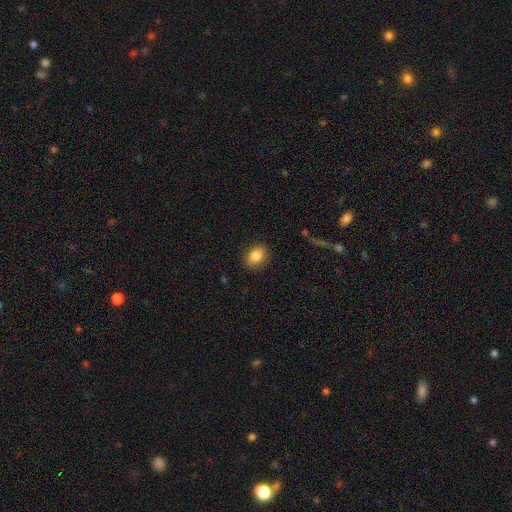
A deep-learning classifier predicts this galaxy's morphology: Smooth or featured? Predicted: smooth (p=0.85). How rounded? Predicted: in between (p=0.65). Merging? Predicted: none (p=0.87).